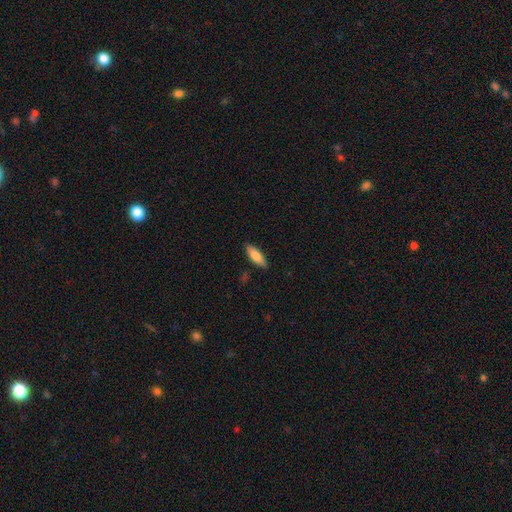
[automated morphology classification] type=smooth (79%); roundness=in between (62%); merging=none (85%).